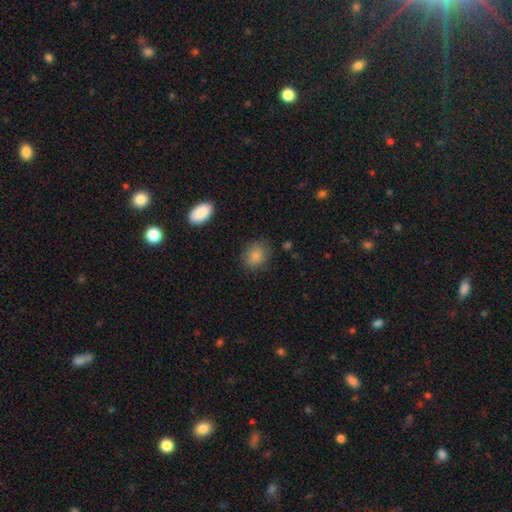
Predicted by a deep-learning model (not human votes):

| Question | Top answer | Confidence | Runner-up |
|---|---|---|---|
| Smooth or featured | smooth | 85% | star or artifact (9%) |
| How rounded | in between | 54% | round (45%) |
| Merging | none | 82% | minor disturbance (13%) |